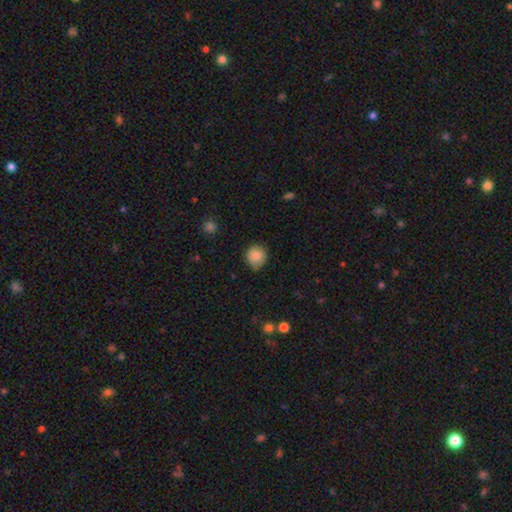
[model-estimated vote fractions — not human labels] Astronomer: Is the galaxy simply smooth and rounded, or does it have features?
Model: smooth — 82%.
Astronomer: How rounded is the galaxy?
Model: round — 83%.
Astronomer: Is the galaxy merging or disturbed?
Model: none — 77%.